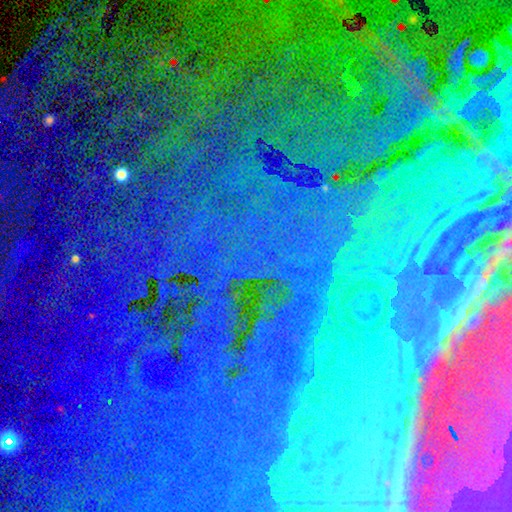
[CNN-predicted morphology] star or artifact 80%, featured or disk 12%, smooth 8%.